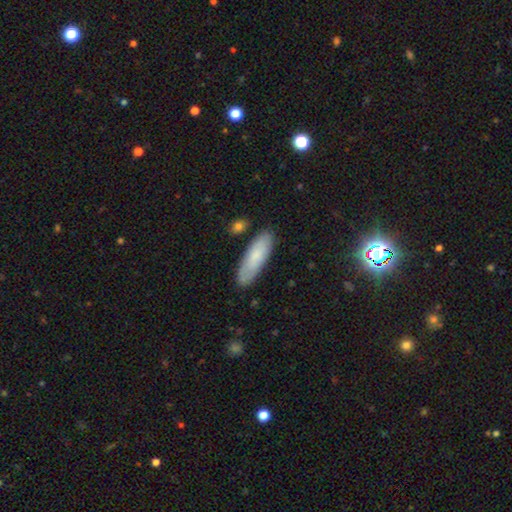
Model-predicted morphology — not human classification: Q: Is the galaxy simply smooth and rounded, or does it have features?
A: smooth — 72%.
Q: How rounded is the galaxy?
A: cigar-shaped — 54%.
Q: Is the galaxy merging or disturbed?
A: none — 81%.